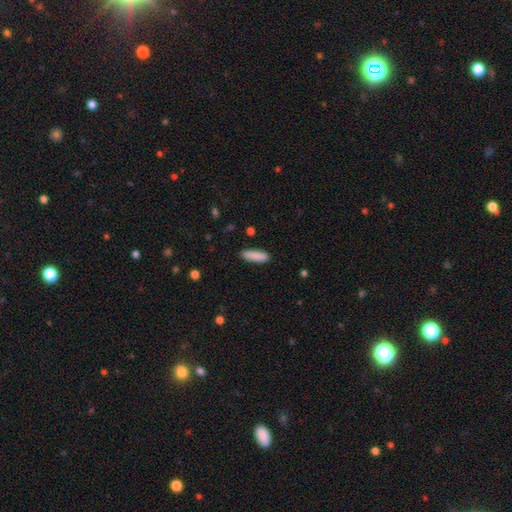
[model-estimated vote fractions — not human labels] smooth_or_featured: smooth (p=0.89) [alt: star or artifact p=0.06]
how_rounded: cigar-shaped (p=0.59) [alt: in between p=0.39]
merging: none (p=0.88) [alt: minor disturbance p=0.09]